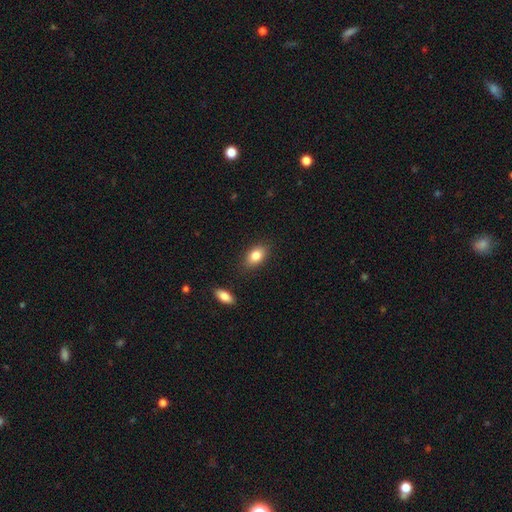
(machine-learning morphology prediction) smooth-or-featured: smooth: 84% | featured or disk: 9% | star or artifact: 8%
  how-rounded: in between: 87% | round: 11% | cigar-shaped: 3%
  merging: none: 84% | minor disturbance: 11% | major disturbance: 3% | merger: 2%